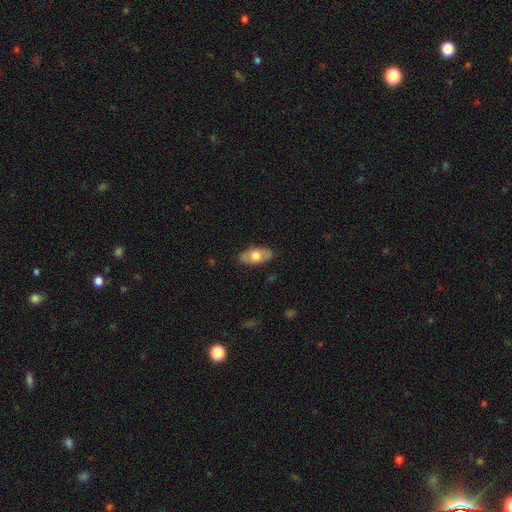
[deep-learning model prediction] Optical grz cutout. It shows a smooth galaxy with no disk features (64%) that is in between round and cigar-shaped (92%). Merging: none (84%).